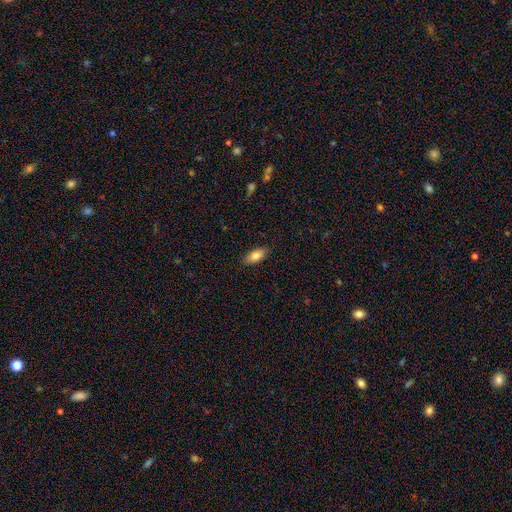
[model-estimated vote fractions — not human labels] A smooth galaxy with no disk features (80%) that is in between round and cigar-shaped (83%). Merging: none (88%).